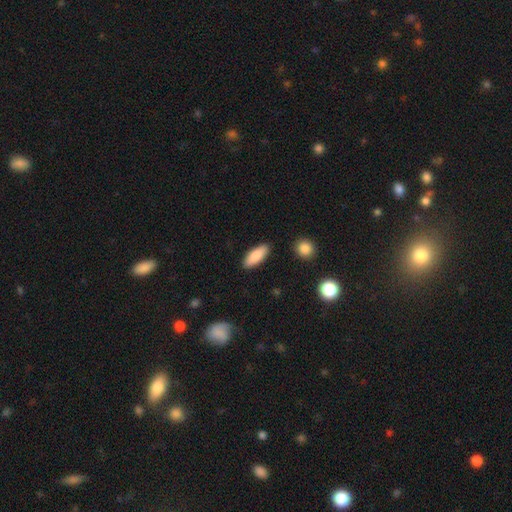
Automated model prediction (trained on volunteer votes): Smooth or featured? smooth (86%)
How rounded? in between (73%)
Merging? none (88%)